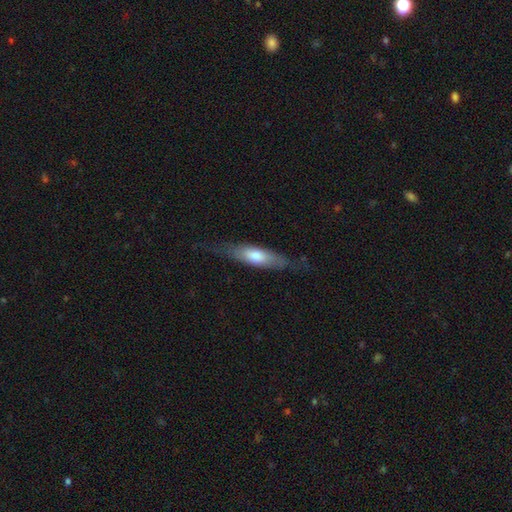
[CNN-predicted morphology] Overall: smooth (57%; featured or disk 38%). How rounded: cigar-shaped (59%; in between 39%). Merging: none (71%).